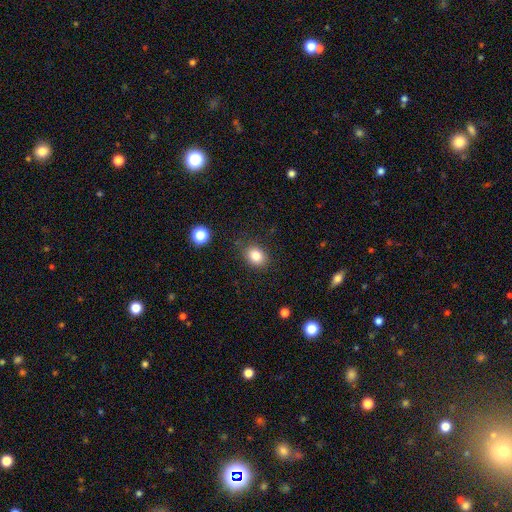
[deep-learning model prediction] This appears to be a smooth galaxy with no disk features (83%) that is in between round and cigar-shaped (54%). Merging: none (83%).